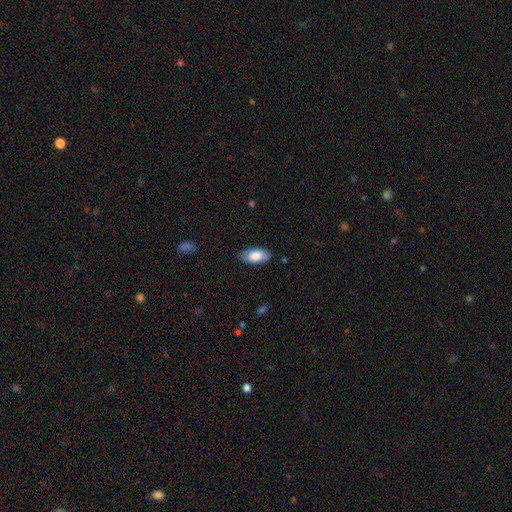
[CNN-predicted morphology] This appears to be a smooth galaxy with no disk features (78%) that is in between round and cigar-shaped (92%). Merging: none (84%).